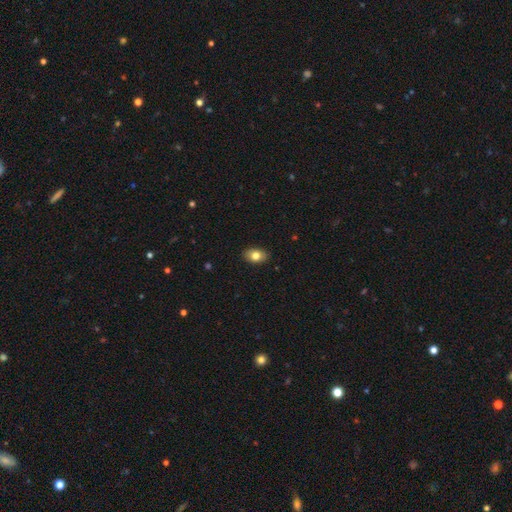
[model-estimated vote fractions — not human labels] Q: Smooth or featured?
A: smooth (80%); runner-up: featured or disk (12%)
Q: How rounded?
A: in between (86%); runner-up: round (13%)
Q: Merging?
A: none (88%); runner-up: minor disturbance (9%)